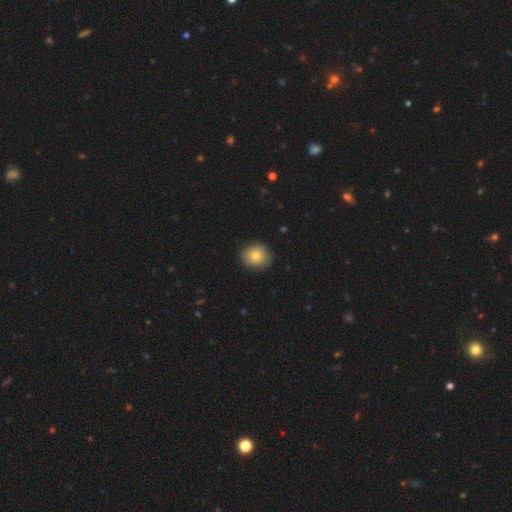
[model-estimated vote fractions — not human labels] Q: Smooth or featured?
A: smooth (80%); runner-up: featured or disk (12%)
Q: How rounded?
A: round (85%); runner-up: in between (14%)
Q: Merging?
A: none (84%); runner-up: minor disturbance (12%)